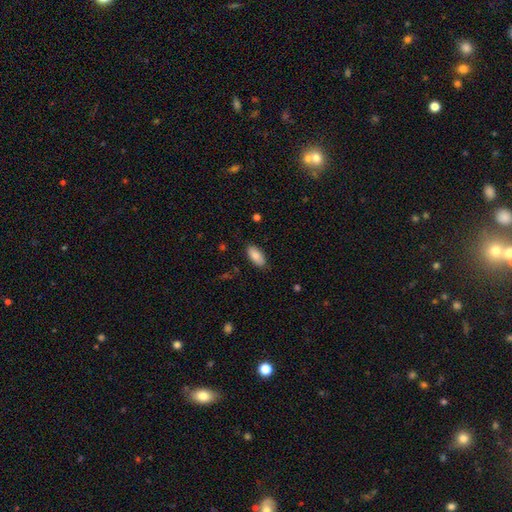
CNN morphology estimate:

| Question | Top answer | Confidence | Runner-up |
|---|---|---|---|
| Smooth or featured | smooth | 88% | star or artifact (6%) |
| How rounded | in between | 90% | cigar-shaped (9%) |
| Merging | none | 87% | minor disturbance (10%) |